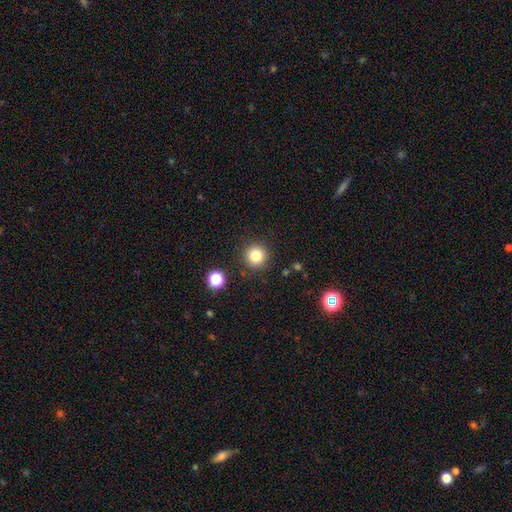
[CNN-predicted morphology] The model was most divided on "smooth or featured": smooth: 82%, star or artifact: 12%, featured or disk: 6%. More confident: how rounded — round (95%); merging — none (89%).